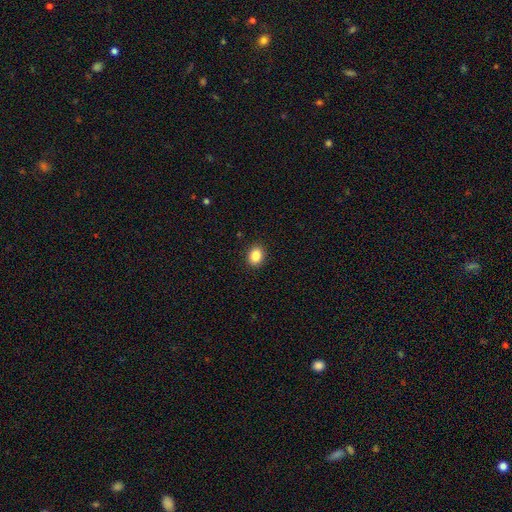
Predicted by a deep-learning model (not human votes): smooth 86%, star or artifact 10%, featured or disk 5%. Down the decision tree: how rounded — round (52%); merging — none (91%).